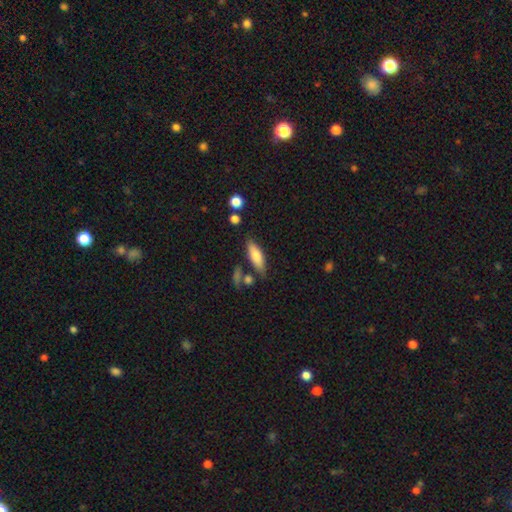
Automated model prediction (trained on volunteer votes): smooth-or-featured: smooth: 70% | featured or disk: 23% | star or artifact: 7%
  how-rounded: in between: 62% | cigar-shaped: 36% | round: 3%
  merging: none: 72% | minor disturbance: 14% | merger: 9% | major disturbance: 4%